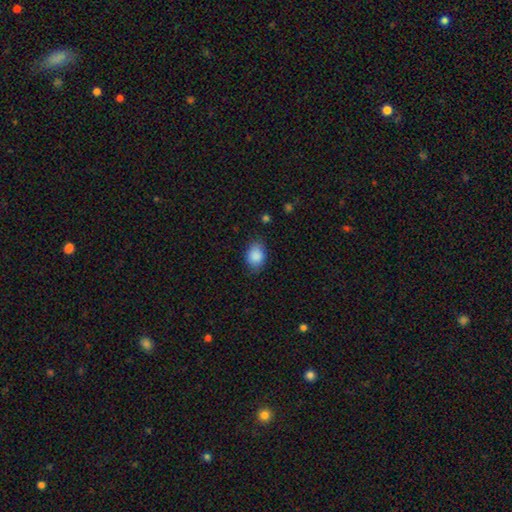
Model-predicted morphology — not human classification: Smooth or featured?
  - smooth: 89% *
  - star or artifact: 7%
  - featured or disk: 4%
How rounded?
  - in between: 72% *
  - round: 27%
  - cigar-shaped: 1%
Merging?
  - none: 79% *
  - minor disturbance: 16%
  - major disturbance: 4%
  - merger: 1%